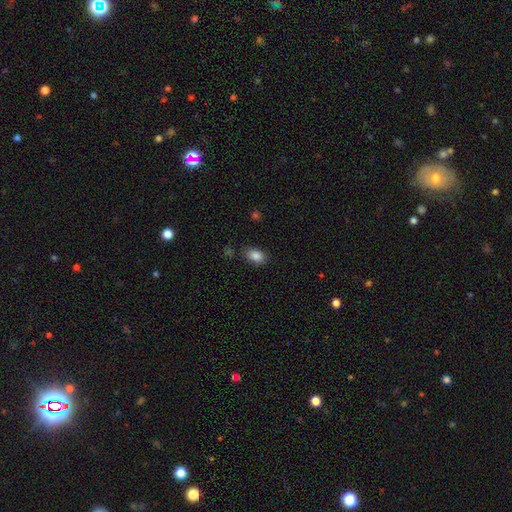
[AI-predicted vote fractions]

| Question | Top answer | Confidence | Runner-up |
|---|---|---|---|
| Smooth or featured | smooth | 86% | star or artifact (9%) |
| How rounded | in between | 88% | round (11%) |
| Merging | none | 81% | minor disturbance (13%) |